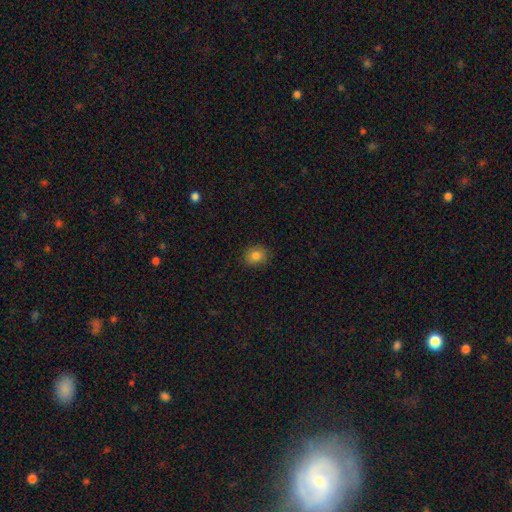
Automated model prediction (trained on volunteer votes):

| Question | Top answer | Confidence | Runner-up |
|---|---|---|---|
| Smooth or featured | smooth | 82% | star or artifact (12%) |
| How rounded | round | 67% | in between (32%) |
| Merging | none | 90% | minor disturbance (8%) |